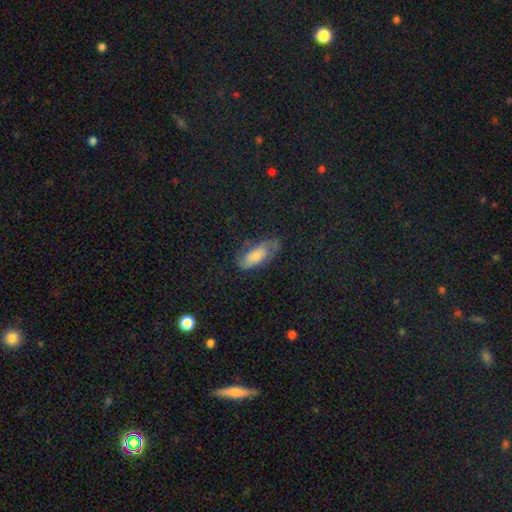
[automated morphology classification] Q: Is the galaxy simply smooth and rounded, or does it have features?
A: smooth — 49%.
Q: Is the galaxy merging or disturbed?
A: none — 64%.